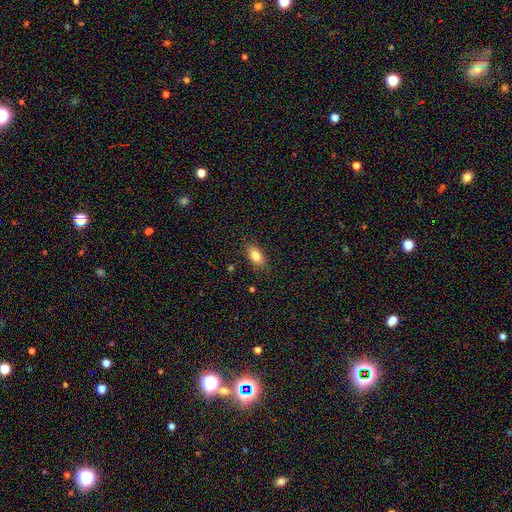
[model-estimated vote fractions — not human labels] Smooth or featured? smooth (83%)
How rounded? in between (89%)
Merging? none (85%)